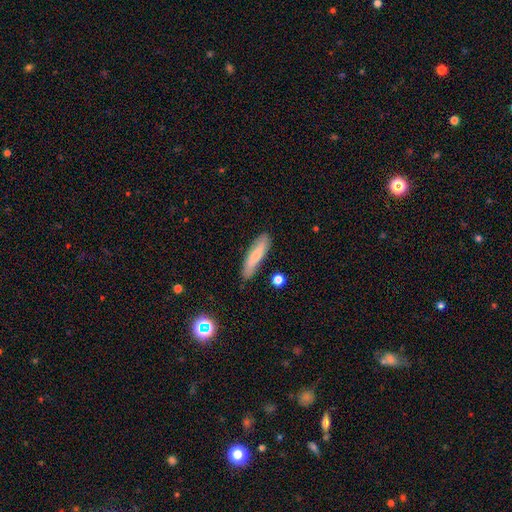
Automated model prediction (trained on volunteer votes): Morphology: type=smooth (72%); roundness=cigar-shaped (80%); merging=none (82%).